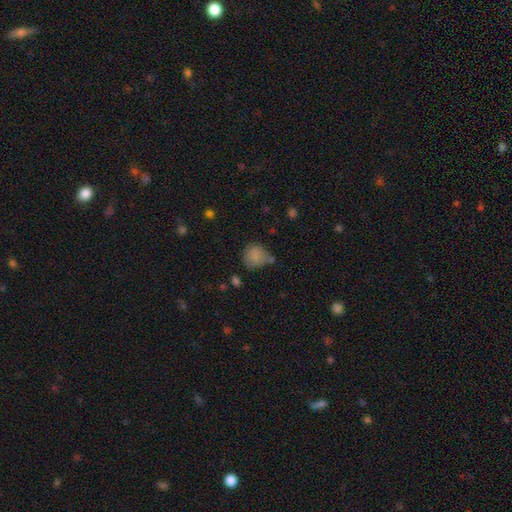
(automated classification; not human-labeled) smooth 83%, star or artifact 10%, featured or disk 7%. Down the decision tree: how rounded — round (80%); merging — none (55%).